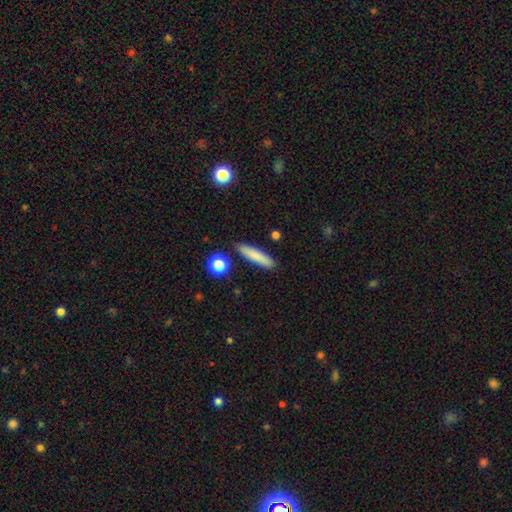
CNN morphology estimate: Smooth or featured? smooth (82%)
How rounded? cigar-shaped (82%)
Merging? none (88%)